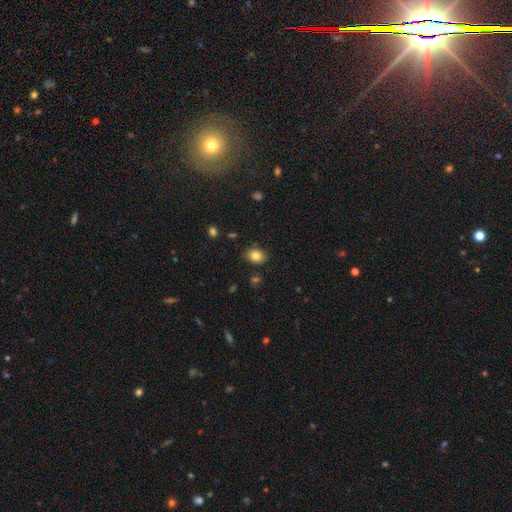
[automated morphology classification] Smooth or featured?
  - smooth: 82% *
  - star or artifact: 10%
  - featured or disk: 7%
How rounded?
  - in between: 62% *
  - round: 37%
  - cigar-shaped: 1%
Merging?
  - none: 85% *
  - minor disturbance: 11%
  - major disturbance: 2%
  - merger: 2%